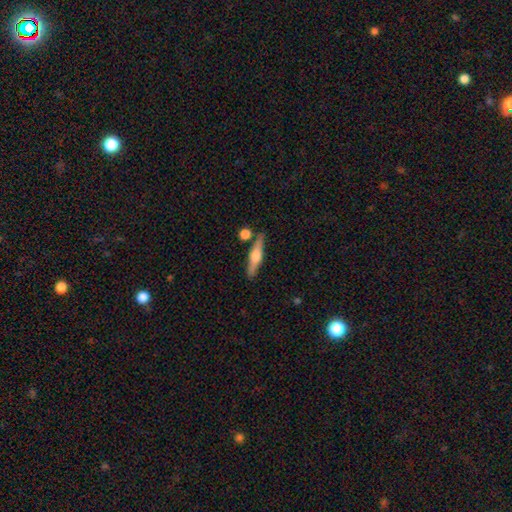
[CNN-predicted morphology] This appears to be a featured or disk galaxy (57%) viewed edge-on (96%) with a rounded central bulge (88%). Merging: none (81%).